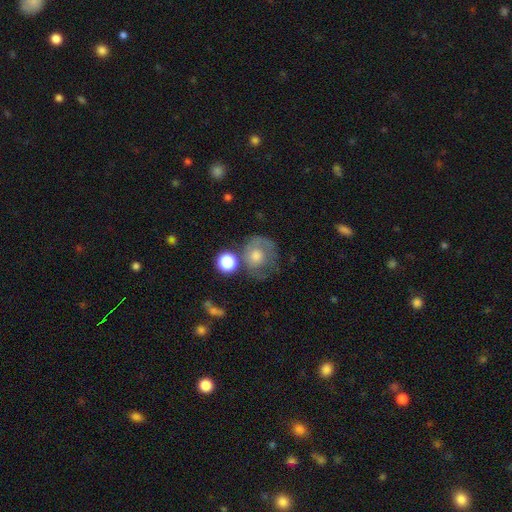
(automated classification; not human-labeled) Smooth or featured? Predicted: smooth (p=0.48). Merging? Predicted: none (p=0.49).